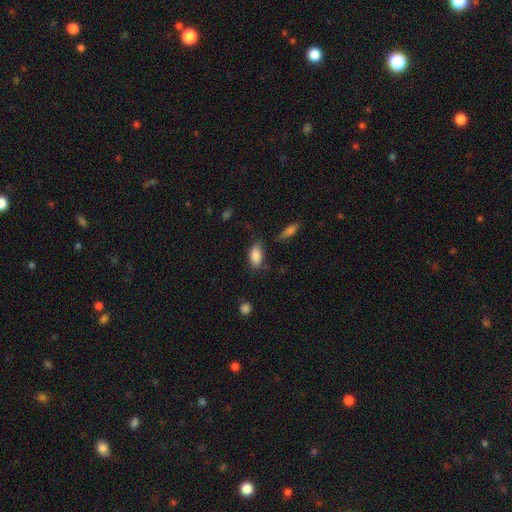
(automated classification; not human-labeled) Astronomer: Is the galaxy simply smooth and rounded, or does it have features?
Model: smooth — 85%.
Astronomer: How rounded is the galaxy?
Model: in between — 90%.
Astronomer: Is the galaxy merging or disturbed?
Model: none — 65%.